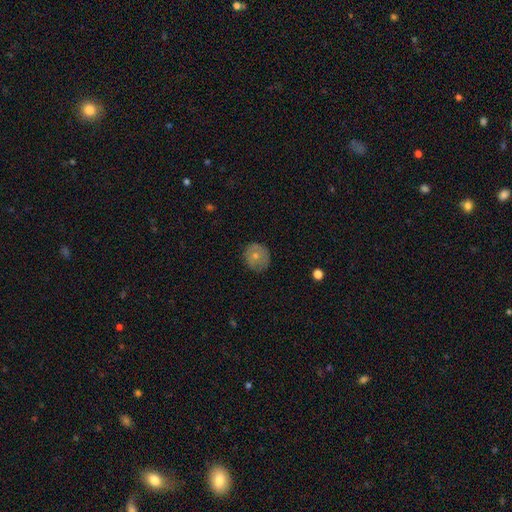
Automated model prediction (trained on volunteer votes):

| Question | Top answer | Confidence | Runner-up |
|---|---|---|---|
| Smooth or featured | smooth | 66% | featured or disk (26%) |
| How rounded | round | 88% | in between (11%) |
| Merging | none | 82% | minor disturbance (13%) |